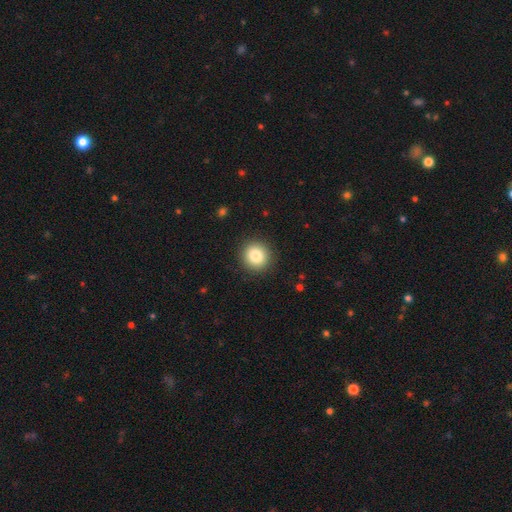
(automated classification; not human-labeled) smooth 84%, star or artifact 10%, featured or disk 7%. Down the decision tree: how rounded — round (89%); merging — none (91%).